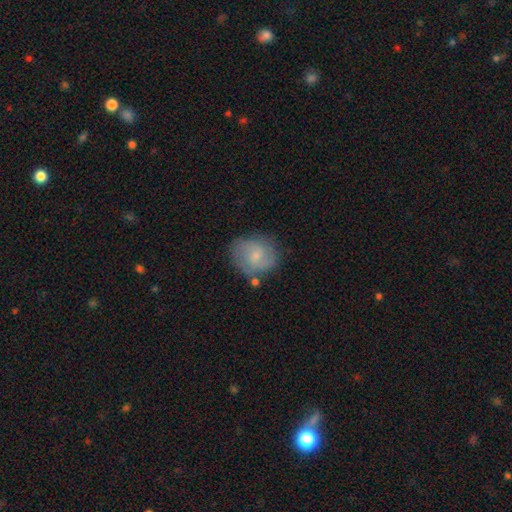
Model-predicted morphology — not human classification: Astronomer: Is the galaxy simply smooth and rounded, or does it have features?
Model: smooth — 48% (runner-up: featured or disk, 44%).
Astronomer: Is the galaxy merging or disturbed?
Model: none — 65%.